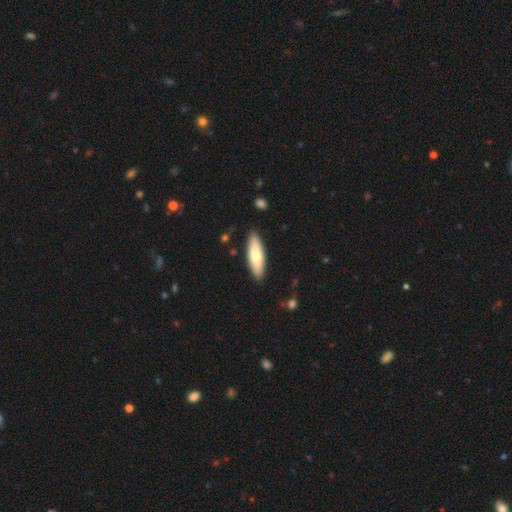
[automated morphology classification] Smooth or featured?
  - smooth: 67% *
  - featured or disk: 28%
  - star or artifact: 5%
How rounded?
  - in between: 50% *
  - cigar-shaped: 48%
  - round: 2%
Merging?
  - none: 88% *
  - minor disturbance: 9%
  - major disturbance: 2%
  - merger: 1%